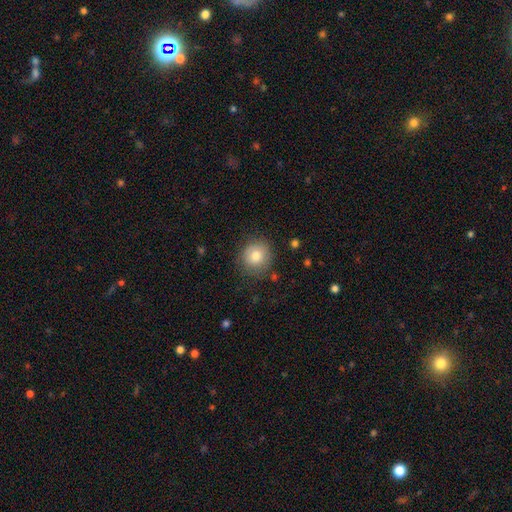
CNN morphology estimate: Smooth or featured?
  - smooth: 77% *
  - featured or disk: 13%
  - star or artifact: 9%
How rounded?
  - round: 87% *
  - in between: 12%
  - cigar-shaped: 1%
Merging?
  - none: 81% *
  - minor disturbance: 14%
  - major disturbance: 4%
  - merger: 1%